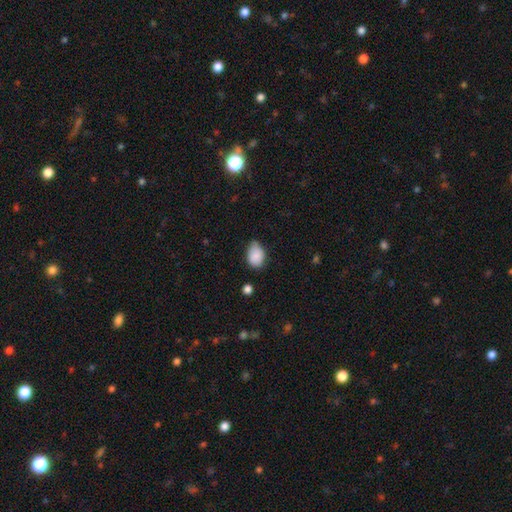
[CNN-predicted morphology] A smooth galaxy with no disk features (86%) that is in between round and cigar-shaped (79%).

Vote fractions:
- Smooth or featured? smooth: 86% / star or artifact: 8% / featured or disk: 7%
- How rounded? in between: 79% / round: 20% / cigar-shaped: 1%
- Merging? none: 55% / minor disturbance: 37% / major disturbance: 6% / merger: 2%